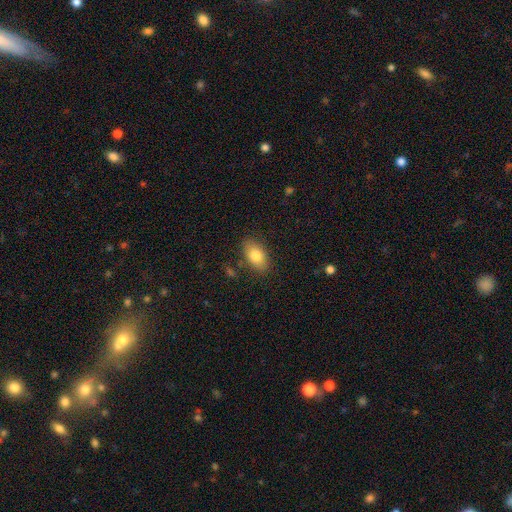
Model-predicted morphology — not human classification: A smooth galaxy with no disk features (80%) that is in between round and cigar-shaped (90%). Merging: none (83%).